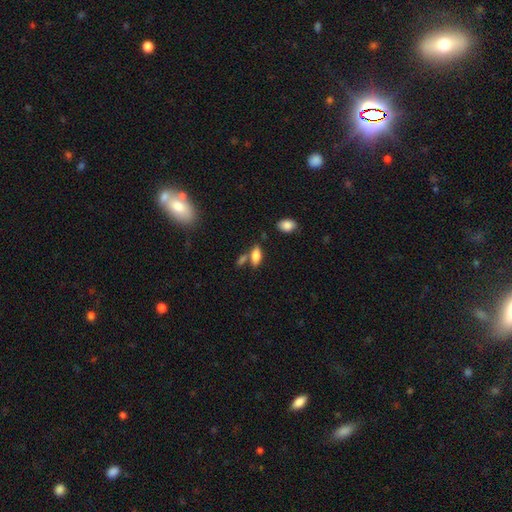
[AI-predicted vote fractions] smooth 76%, featured or disk 16%, star or artifact 8%. Down the decision tree: how rounded — in between (79%); merging — none (61%).